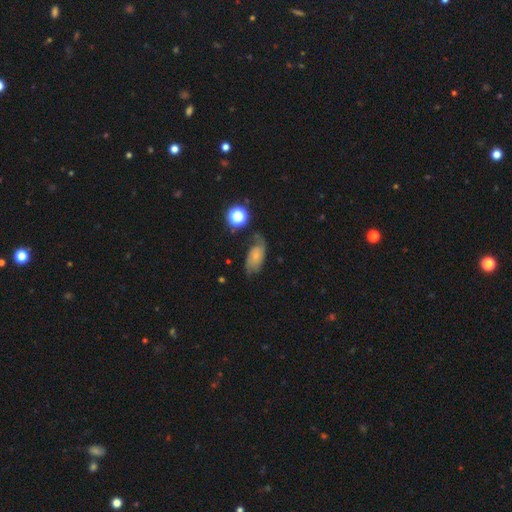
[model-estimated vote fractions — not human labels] This is possibly a smooth galaxy (50%). Merging: possibly none (51%).